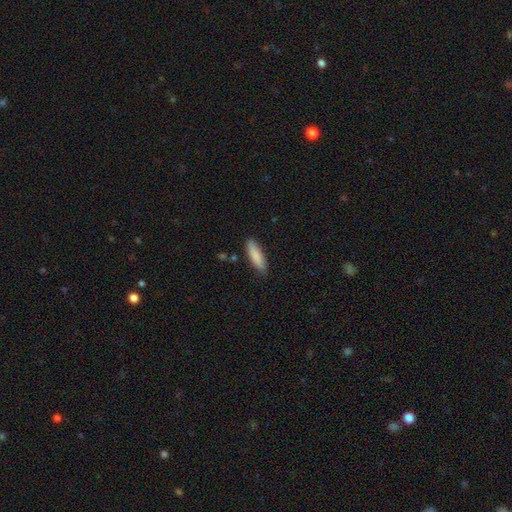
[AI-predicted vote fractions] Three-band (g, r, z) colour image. It shows a smooth galaxy with no disk features (85%) that is cigar-shaped (60%). Merging: none (83%).